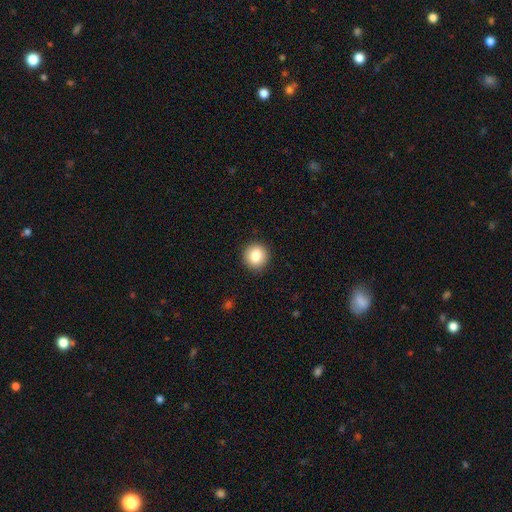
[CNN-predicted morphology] The model was most divided on "smooth or featured": smooth: 84%, star or artifact: 9%, featured or disk: 7%. More confident: how rounded — round (93%); merging — none (92%).